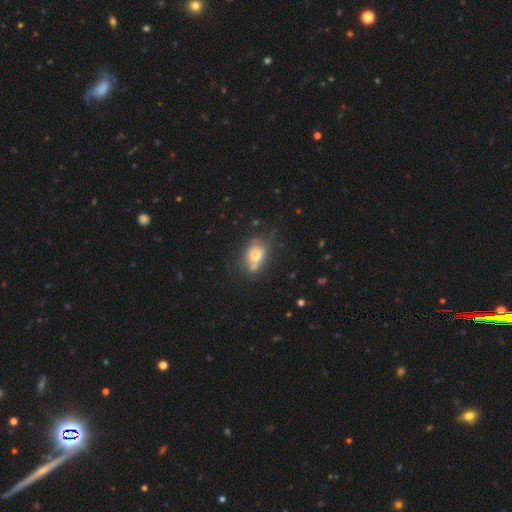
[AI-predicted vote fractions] A smooth galaxy with no disk features (59%) that is in between round and cigar-shaped (75%).

Vote fractions:
- Smooth or featured? smooth: 59% / featured or disk: 30% / star or artifact: 11%
- How rounded? in between: 75% / round: 21% / cigar-shaped: 5%
- Merging? none: 53% / minor disturbance: 25% / merger: 12% / major disturbance: 10%